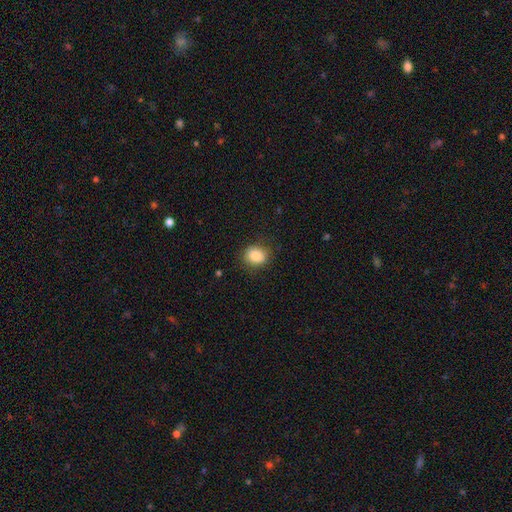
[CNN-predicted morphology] smooth_or_featured: smooth (p=0.86) [alt: star or artifact p=0.09]
how_rounded: round (p=0.57) [alt: in between p=0.42]
merging: none (p=0.83) [alt: minor disturbance p=0.13]